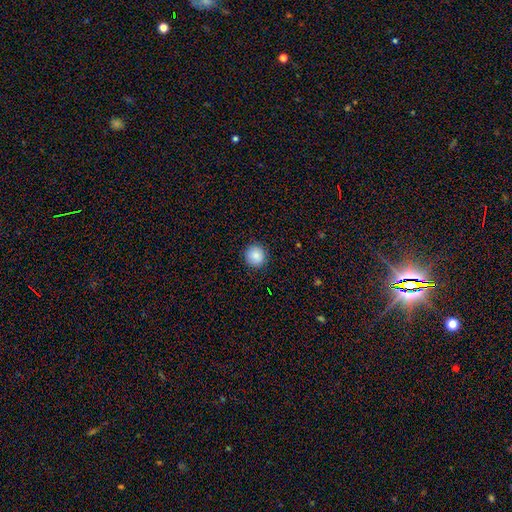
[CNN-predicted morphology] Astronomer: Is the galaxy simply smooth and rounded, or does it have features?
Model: smooth — 87%.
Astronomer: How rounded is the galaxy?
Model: round — 93%.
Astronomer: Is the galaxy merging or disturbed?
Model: none — 91%.